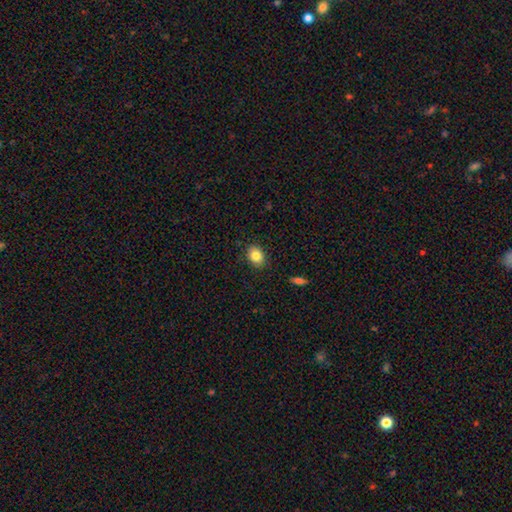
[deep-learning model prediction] Smooth or featured? Predicted: smooth (p=0.83). How rounded? Predicted: in between (p=0.61). Merging? Predicted: none (p=0.87).